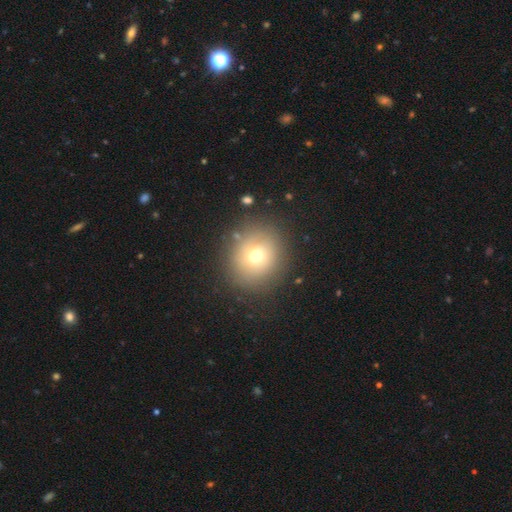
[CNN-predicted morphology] Smooth or featured: smooth — 66% (featured or disk — 19%)
How rounded: round — 81% (in between — 18%)
Merging: none — 83% (minor disturbance — 10%)